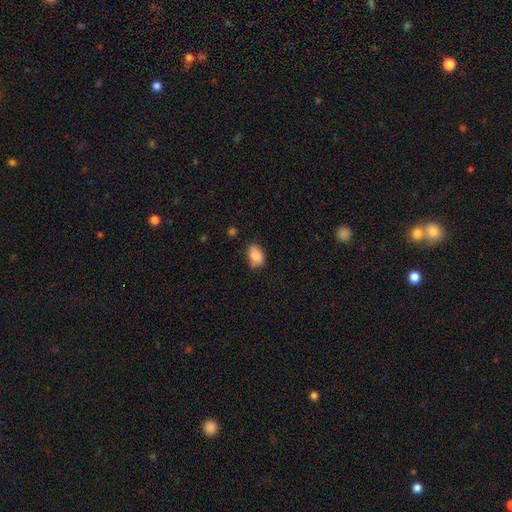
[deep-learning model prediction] Q: Smooth or featured?
A: smooth (88%); runner-up: star or artifact (8%)
Q: How rounded?
A: in between (88%); runner-up: round (11%)
Q: Merging?
A: none (73%); runner-up: minor disturbance (21%)